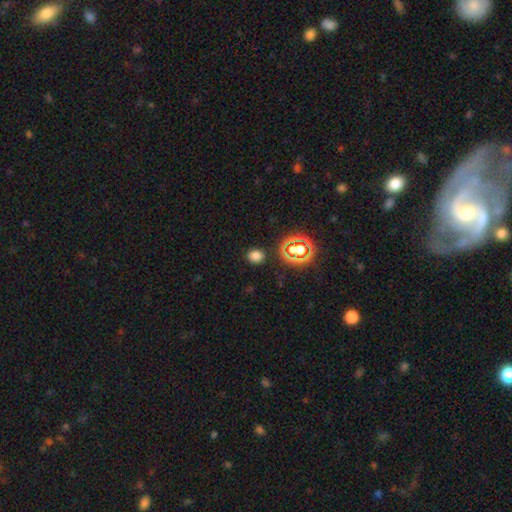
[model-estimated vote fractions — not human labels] smooth 73%, star or artifact 22%, featured or disk 5%. Down the decision tree: how rounded — round (61%); merging — none (86%).